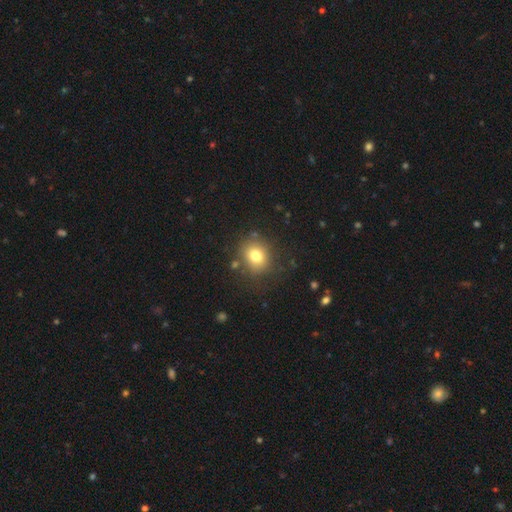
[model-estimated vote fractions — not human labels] Morphology: type=smooth (77%); roundness=round (72%); merging=none (81%).